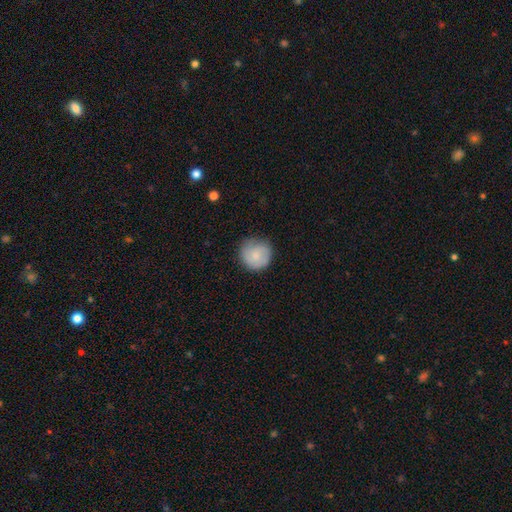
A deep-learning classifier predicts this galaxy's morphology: The model was most divided on "smooth or featured": smooth: 76%, featured or disk: 18%, star or artifact: 6%. More confident: how rounded — round (93%); merging — none (78%).